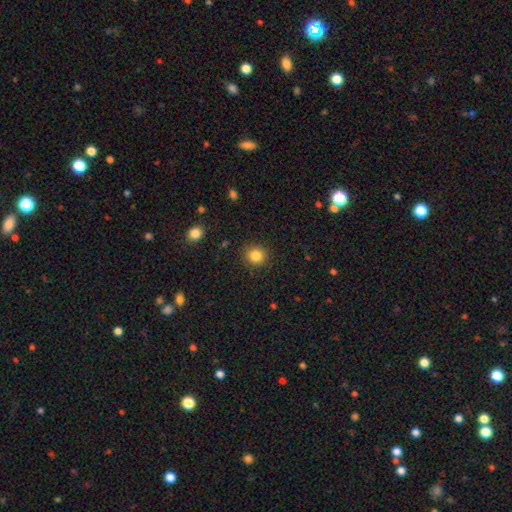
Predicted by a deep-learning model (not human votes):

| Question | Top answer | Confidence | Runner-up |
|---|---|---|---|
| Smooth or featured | smooth | 84% | star or artifact (11%) |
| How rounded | round | 89% | in between (10%) |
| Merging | none | 90% | minor disturbance (7%) |